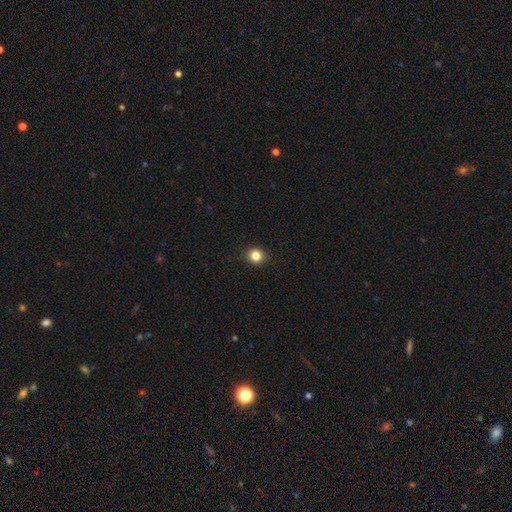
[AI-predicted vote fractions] smooth-or-featured: smooth: 83% | star or artifact: 12% | featured or disk: 5%
  how-rounded: round: 88% | in between: 11% | cigar-shaped: 1%
  merging: none: 92% | minor disturbance: 5% | major disturbance: 2% | merger: 1%